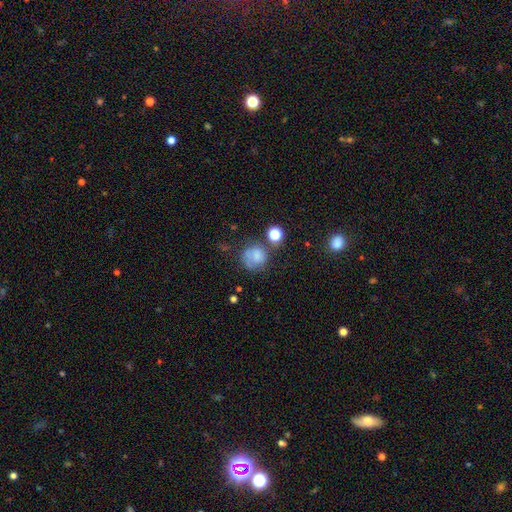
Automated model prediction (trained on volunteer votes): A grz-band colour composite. It shows a smooth galaxy with no disk features (65%) that is round (80%). Merging: none (46%).